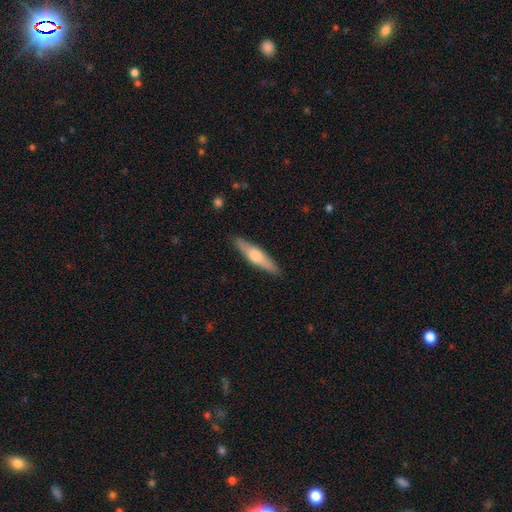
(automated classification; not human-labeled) Morphology: type=featured or disk (50%); merging=none (89%).